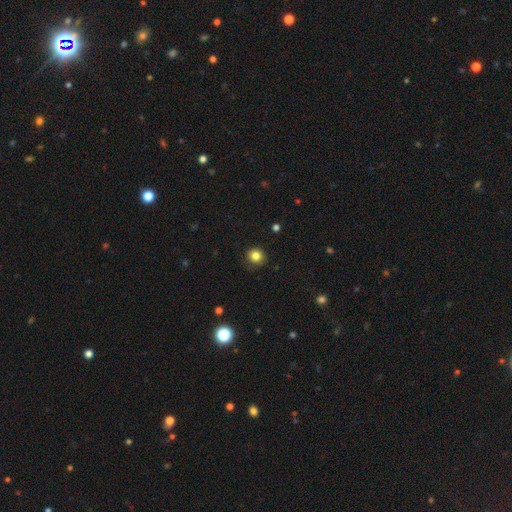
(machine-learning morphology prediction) A smooth galaxy with no disk features (83%) that is round (91%). Merging: none (87%).